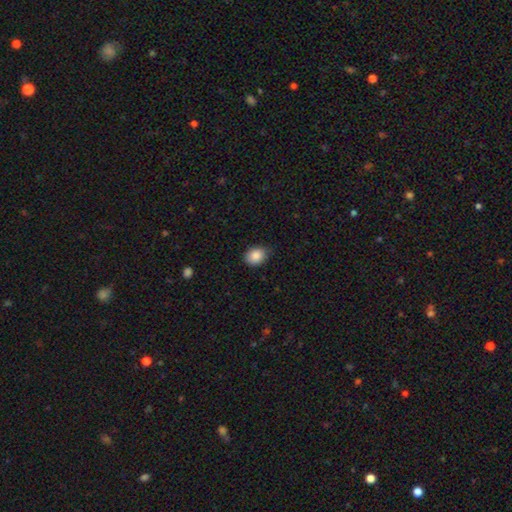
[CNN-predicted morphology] Smooth or featured? smooth (87%)
How rounded? in between (55%)
Merging? none (76%)